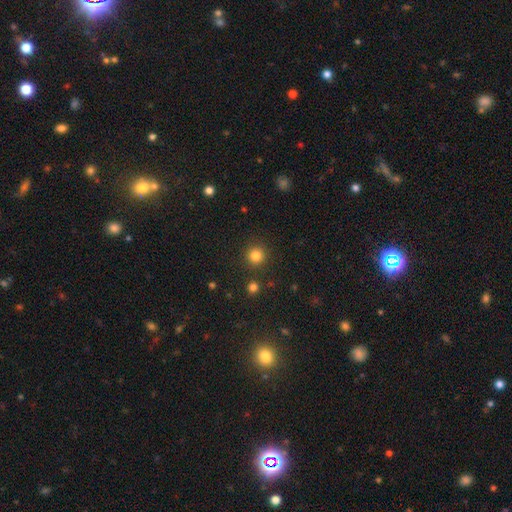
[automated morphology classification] This is clearly a smooth galaxy (82%). How rounded: clearly round (95%). Merging: clearly none (90%).